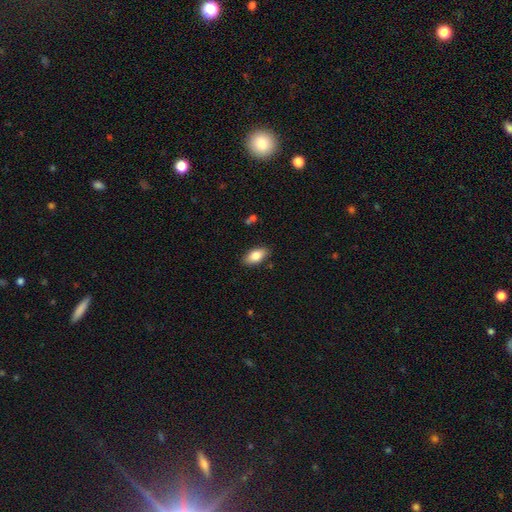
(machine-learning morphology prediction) Overall: smooth (82%). How rounded: in between (91%). Merging: none (86%).